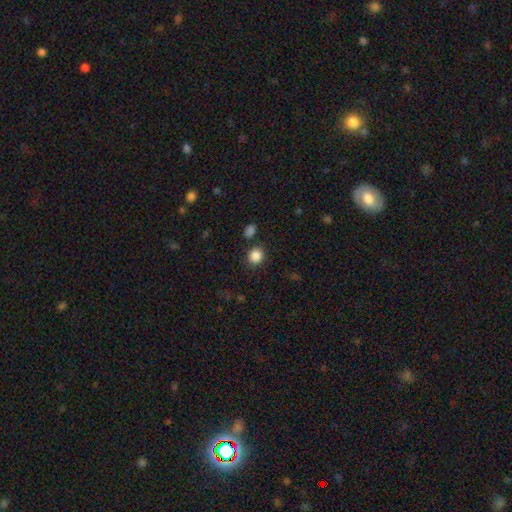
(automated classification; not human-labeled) Q: Smooth or featured?
A: smooth (86%); runner-up: star or artifact (10%)
Q: How rounded?
A: round (83%); runner-up: in between (16%)
Q: Merging?
A: none (85%); runner-up: minor disturbance (8%)